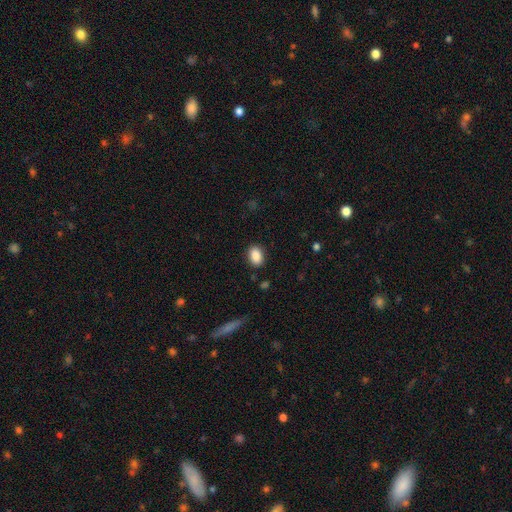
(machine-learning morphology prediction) Q: Smooth or featured?
A: smooth (89%); runner-up: star or artifact (8%)
Q: How rounded?
A: in between (80%); runner-up: round (18%)
Q: Merging?
A: none (87%); runner-up: minor disturbance (9%)